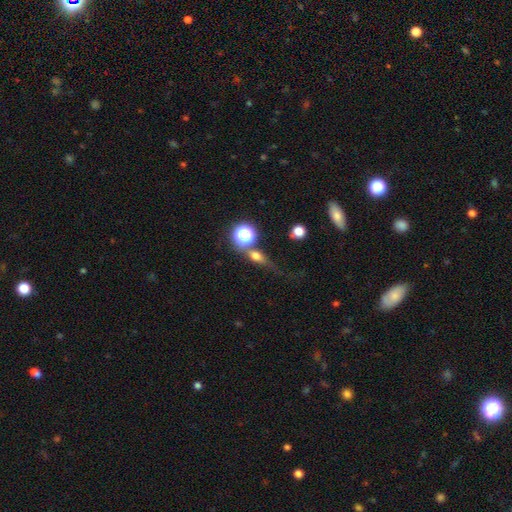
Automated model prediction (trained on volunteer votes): Overall: smooth (59%; star or artifact 22%). How rounded: round (44%; in between 41%). Merging: none (50%; merger 18%).